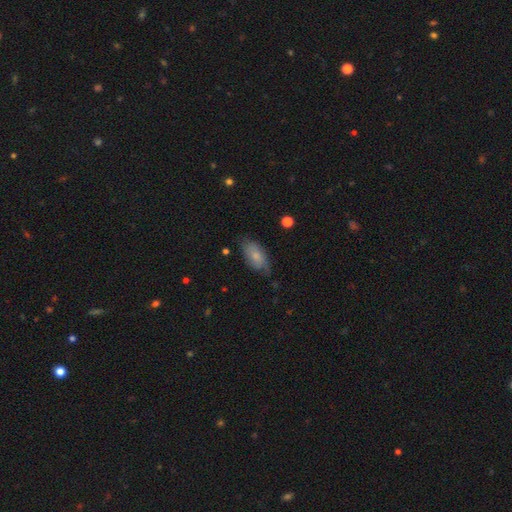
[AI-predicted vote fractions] Smooth or featured?
  - smooth: 68% *
  - featured or disk: 25%
  - star or artifact: 7%
How rounded?
  - in between: 90% *
  - cigar-shaped: 6%
  - round: 3%
Merging?
  - none: 64% *
  - minor disturbance: 28%
  - major disturbance: 7%
  - merger: 2%